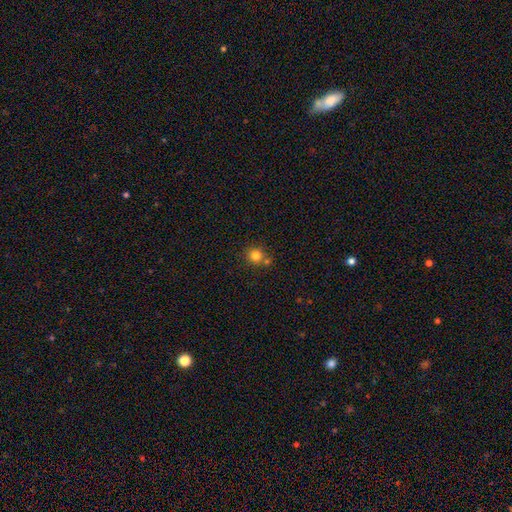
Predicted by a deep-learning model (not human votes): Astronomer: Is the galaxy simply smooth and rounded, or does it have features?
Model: smooth — 80%.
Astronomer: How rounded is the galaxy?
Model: round — 91%.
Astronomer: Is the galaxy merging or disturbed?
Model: none — 65%.